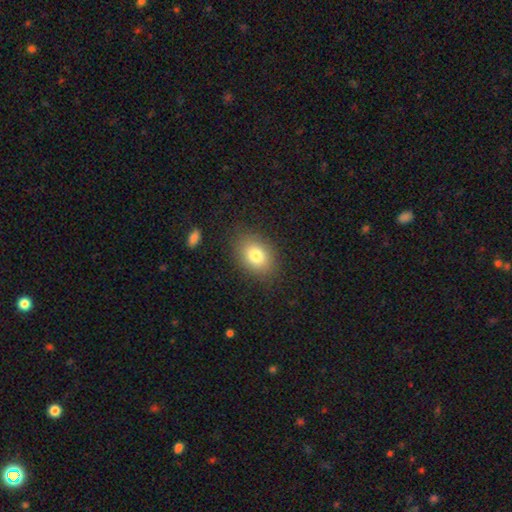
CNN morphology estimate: A smooth galaxy with no disk features (80%) that is in between round and cigar-shaped (74%). Merging: none (84%).